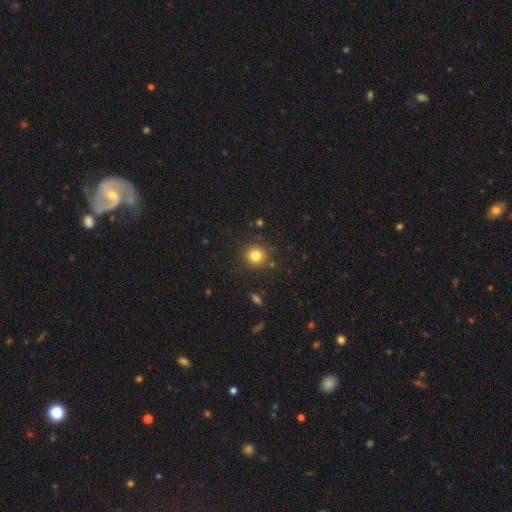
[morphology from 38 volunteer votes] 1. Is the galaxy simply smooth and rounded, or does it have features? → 84% smooth, 8% featured or disk, 8% star or artifact.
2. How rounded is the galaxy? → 91% round, 6% in between, 3% cigar-shaped.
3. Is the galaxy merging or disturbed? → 80% none, 14% minor disturbance, 6% major disturbance, 0% merger.